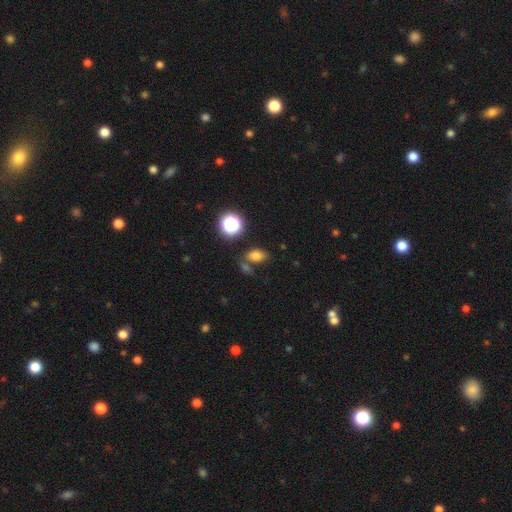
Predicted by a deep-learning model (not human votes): Q: Smooth or featured?
A: smooth (76%); runner-up: star or artifact (17%)
Q: How rounded?
A: in between (80%); runner-up: round (18%)
Q: Merging?
A: none (65%); runner-up: merger (18%)